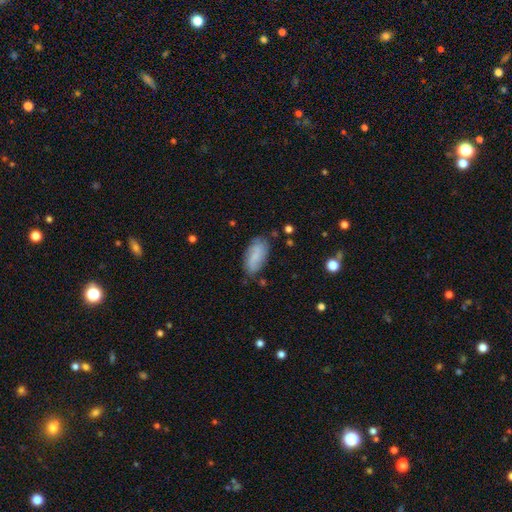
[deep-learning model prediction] smooth 64%, featured or disk 28%, star or artifact 8%. Down the decision tree: how rounded — in between (89%); merging — none (75%).